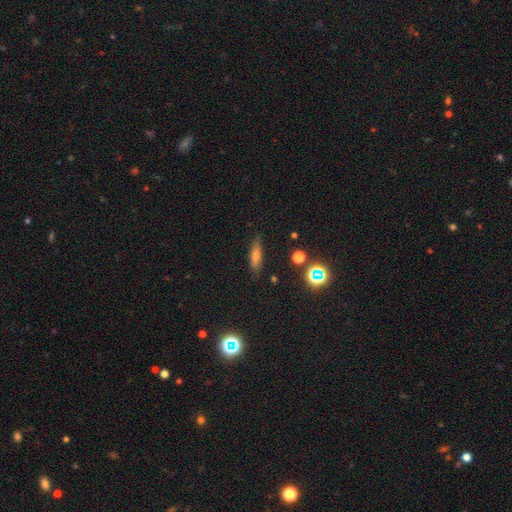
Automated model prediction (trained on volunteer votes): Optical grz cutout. It shows a smooth galaxy with no disk features (58%) that is cigar-shaped (64%). Merging: none (84%).